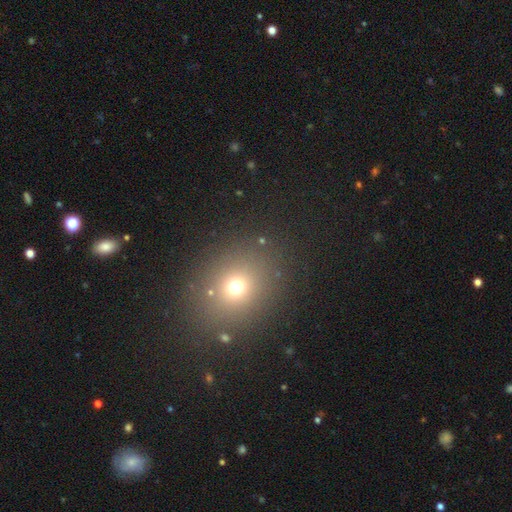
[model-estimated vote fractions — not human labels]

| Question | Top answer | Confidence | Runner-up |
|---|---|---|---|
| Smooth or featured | smooth | 62% | star or artifact (29%) |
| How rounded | round | 67% | in between (32%) |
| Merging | none | 88% | minor disturbance (7%) |